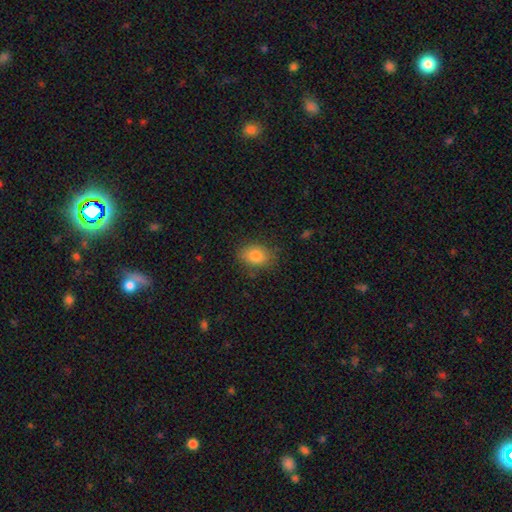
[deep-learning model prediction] Overall: smooth (83%). How rounded: in between (74%). Merging: none (80%).